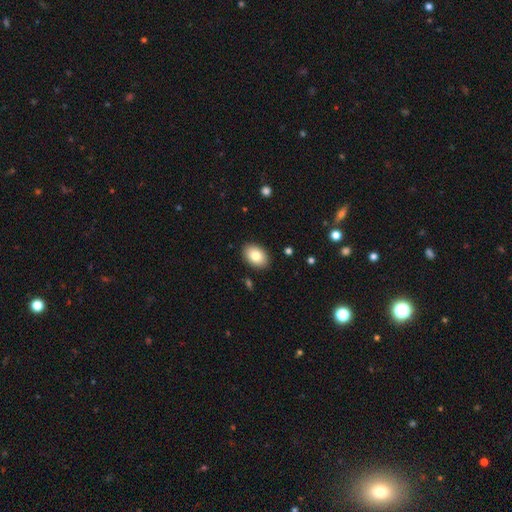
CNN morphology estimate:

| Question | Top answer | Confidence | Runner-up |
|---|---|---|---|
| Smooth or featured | smooth | 82% | featured or disk (11%) |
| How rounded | in between | 85% | round (14%) |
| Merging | none | 89% | minor disturbance (8%) |